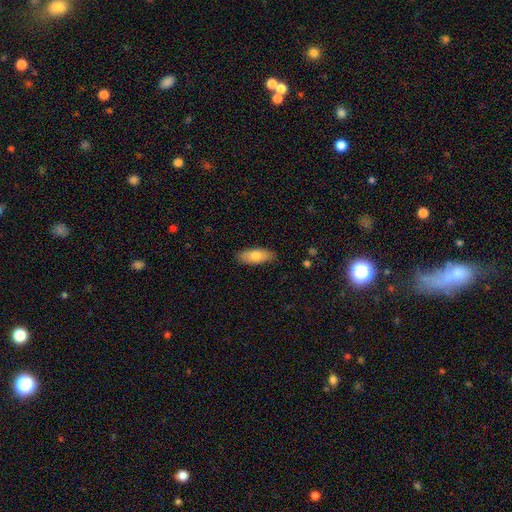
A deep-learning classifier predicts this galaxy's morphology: A smooth galaxy with no disk features (77%) that is in between round and cigar-shaped (81%). Merging: none (85%).